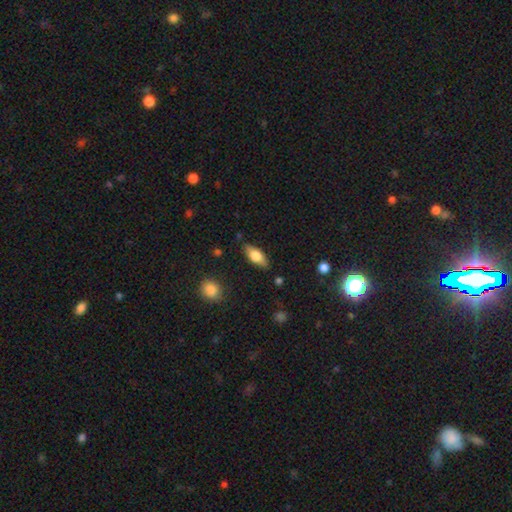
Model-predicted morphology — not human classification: type=smooth (66%); roundness=in between (78%); merging=none (82%).